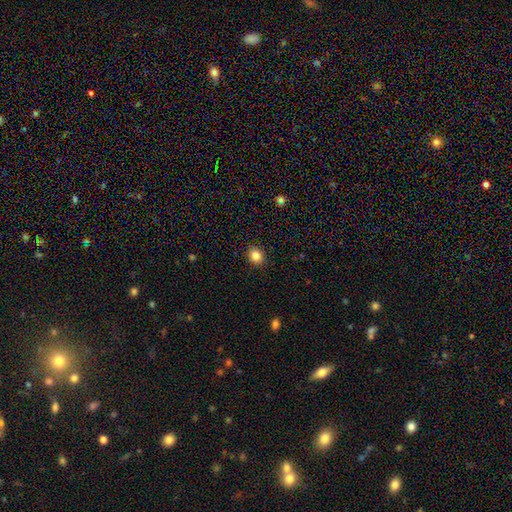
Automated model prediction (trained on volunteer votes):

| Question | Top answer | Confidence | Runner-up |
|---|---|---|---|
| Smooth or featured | smooth | 84% | star or artifact (11%) |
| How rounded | round | 72% | in between (27%) |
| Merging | none | 90% | minor disturbance (7%) |